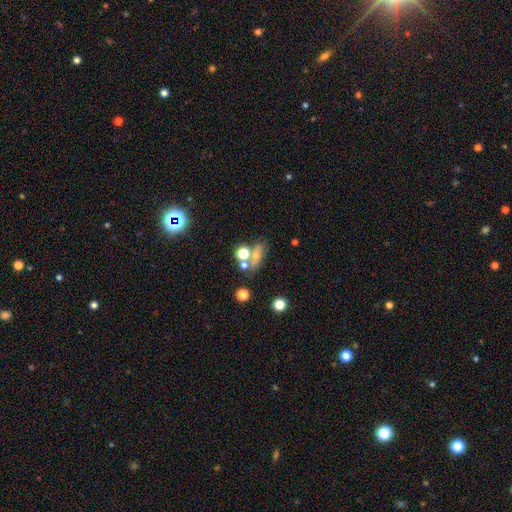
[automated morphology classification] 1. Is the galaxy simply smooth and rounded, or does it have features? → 59% smooth, 22% featured or disk, 19% star or artifact.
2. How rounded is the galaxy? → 55% in between, 30% round, 16% cigar-shaped.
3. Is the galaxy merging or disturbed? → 49% none, 27% merger, 15% minor disturbance, 10% major disturbance.